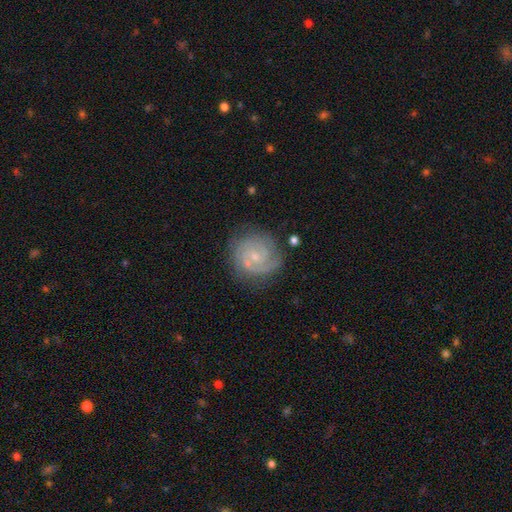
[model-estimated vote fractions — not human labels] A featured or disk galaxy (85%) with no bar (57%), 2 (55%) tight (69%) spiral arms (97%) and a small central bulge (73%). Merging: none (78%).